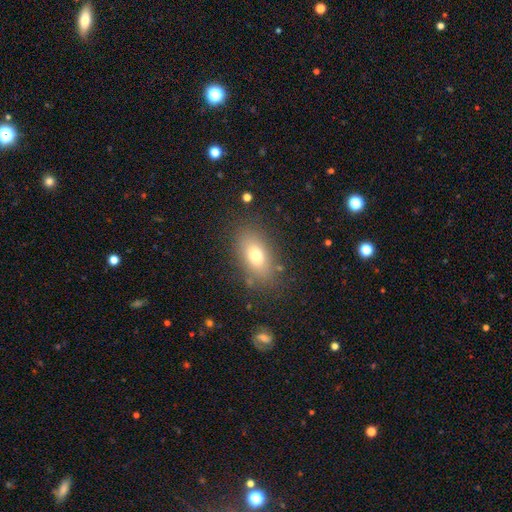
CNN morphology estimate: This is likely a smooth galaxy (72%). How rounded: clearly in between (84%). Merging: clearly none (81%).